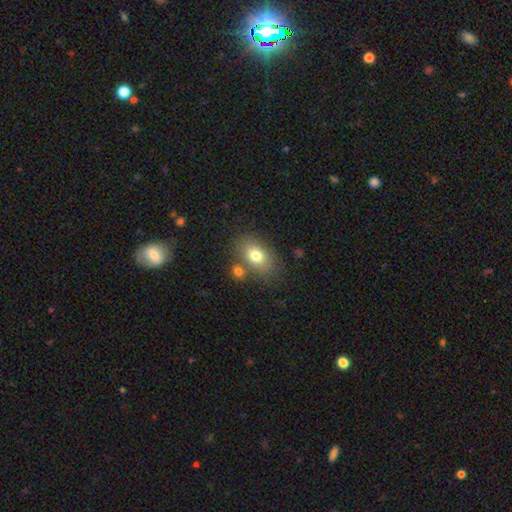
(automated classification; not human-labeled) Smooth or featured?
  - smooth: 76% *
  - featured or disk: 15%
  - star or artifact: 9%
How rounded?
  - in between: 81% *
  - round: 17%
  - cigar-shaped: 2%
Merging?
  - none: 64% *
  - merger: 16%
  - minor disturbance: 14%
  - major disturbance: 5%